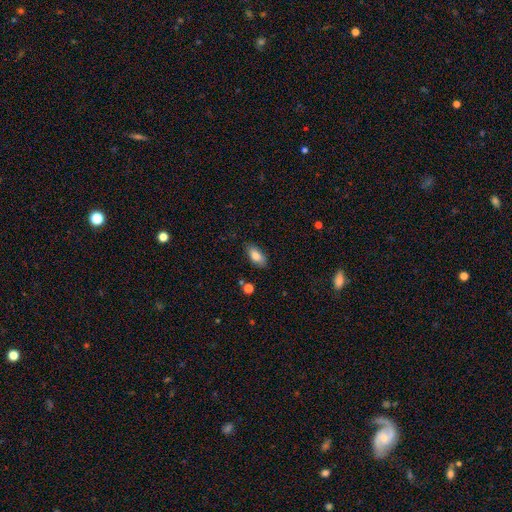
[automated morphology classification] A smooth galaxy with no disk features (83%) that is in between round and cigar-shaped (90%). Merging: none (82%).